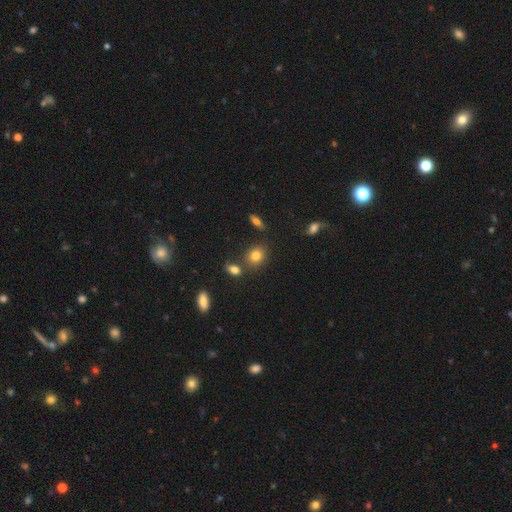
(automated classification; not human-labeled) This is clearly a smooth galaxy (80%). How rounded: possibly round (57%). Merging: likely none (71%).